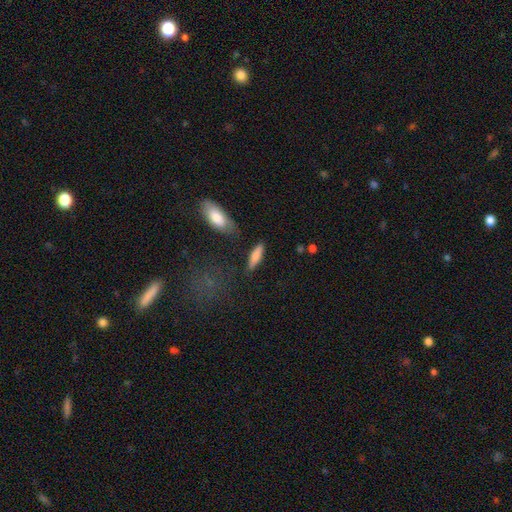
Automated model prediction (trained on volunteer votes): Smooth or featured? Predicted: smooth (p=0.78). How rounded? Predicted: cigar-shaped (p=0.62). Merging? Predicted: none (p=0.80).